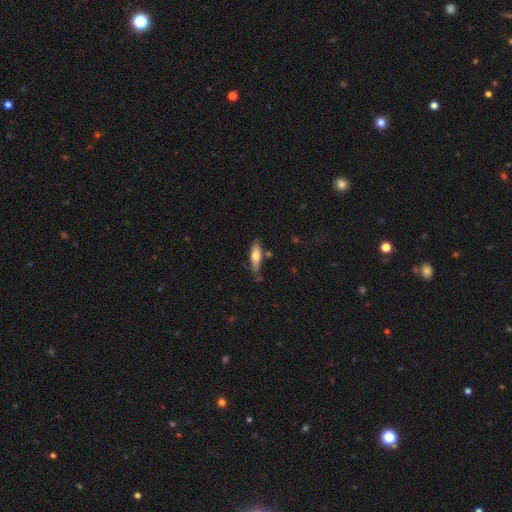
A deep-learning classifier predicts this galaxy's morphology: Q: Smooth or featured?
A: smooth (63%); runner-up: featured or disk (31%)
Q: How rounded?
A: cigar-shaped (61%); runner-up: in between (37%)
Q: Merging?
A: none (69%); runner-up: minor disturbance (21%)